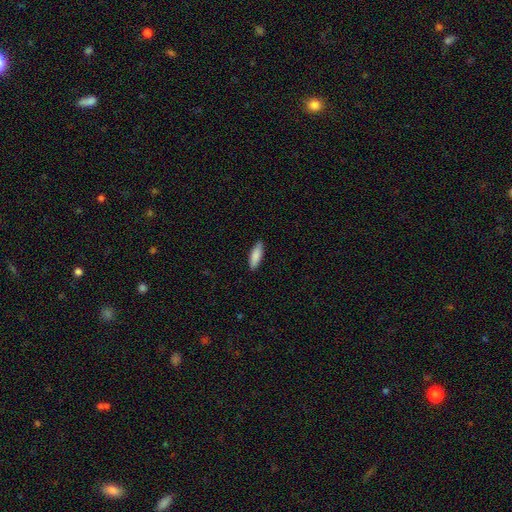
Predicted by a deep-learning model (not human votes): smooth 87%, featured or disk 8%, star or artifact 5%. Down the decision tree: how rounded — in between (49%, tied with cigar-shaped); merging — none (88%).